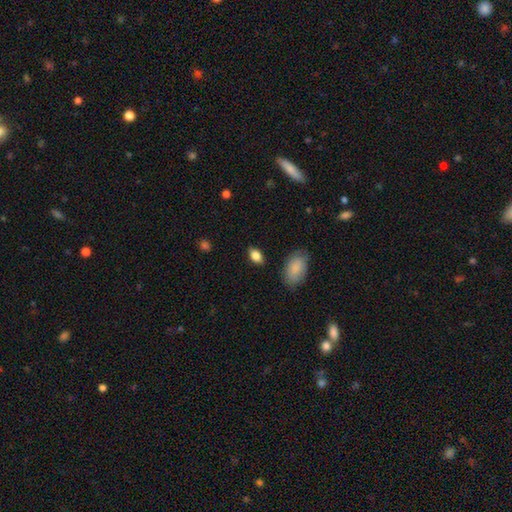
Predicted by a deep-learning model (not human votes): Smooth or featured? smooth (79%)
How rounded? in between (88%)
Merging? none (85%)